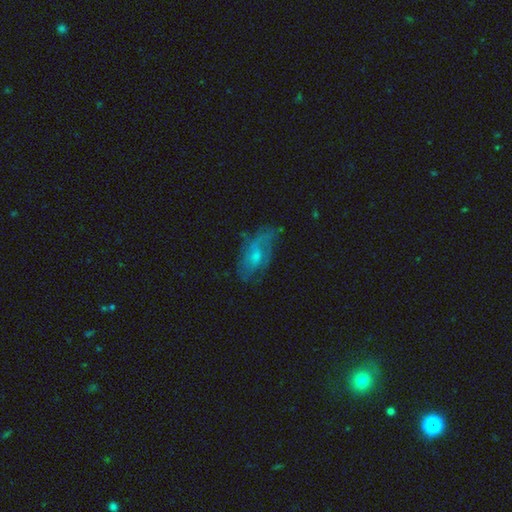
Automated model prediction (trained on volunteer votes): Smooth or featured: featured or disk — 53% (smooth — 36%)
Edge-on disk: no — 90% (yes — 10%)
Merging: none — 54% (minor disturbance — 26%)